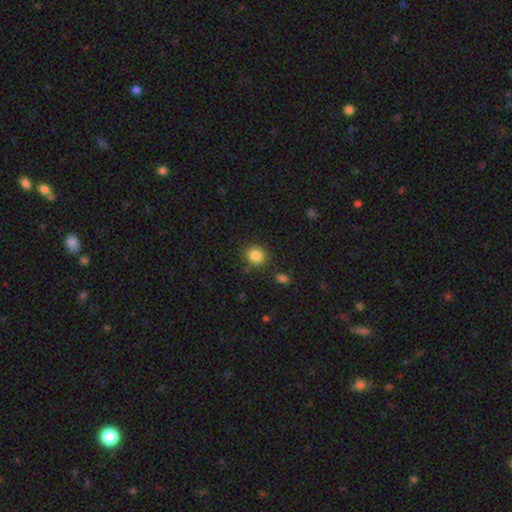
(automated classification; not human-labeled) The model was most divided on "how rounded": round: 73%, in between: 27%, cigar-shaped: 1%. More confident: smooth or featured — smooth (84%); merging — none (82%).